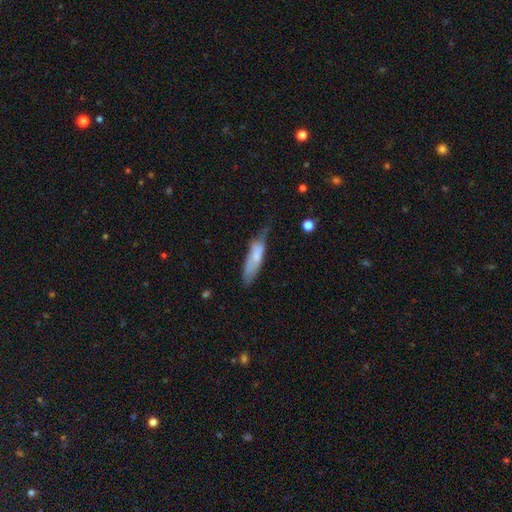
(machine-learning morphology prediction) This appears to be a smooth galaxy with no disk features (65%) that is cigar-shaped (63%). Merging: none (42%).